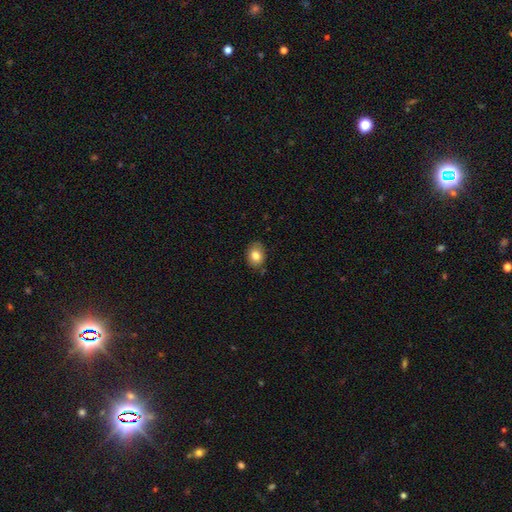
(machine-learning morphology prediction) type=smooth (82%); roundness=in between (59%); merging=none (81%).